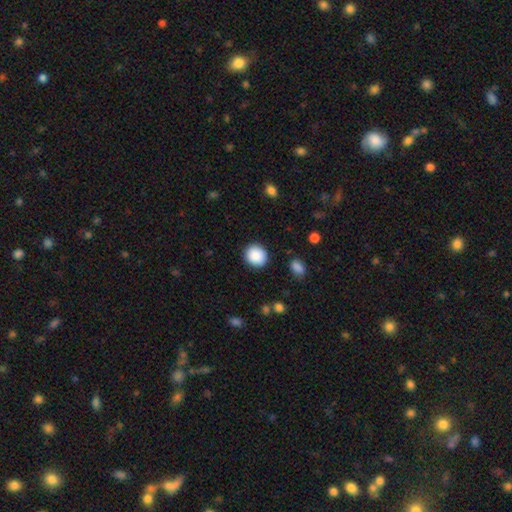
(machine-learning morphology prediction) A smooth galaxy with no disk features (89%) that is round (83%). Merging: none (90%).